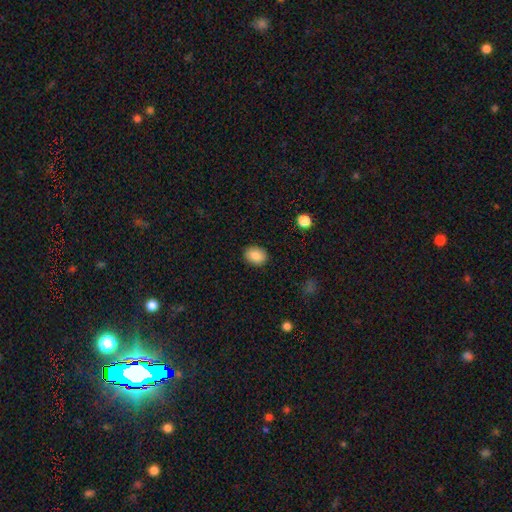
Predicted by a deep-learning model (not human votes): smooth-or-featured: smooth: 87% | star or artifact: 8% | featured or disk: 5%
  how-rounded: in between: 59% | round: 40% | cigar-shaped: 1%
  merging: none: 89% | minor disturbance: 8% | major disturbance: 2% | merger: 1%